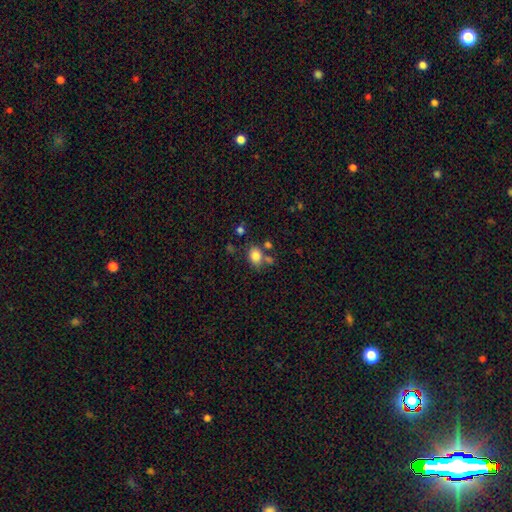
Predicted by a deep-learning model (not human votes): smooth-or-featured: smooth: 81% | star or artifact: 11% | featured or disk: 8%
  how-rounded: in between: 58% | round: 41% | cigar-shaped: 1%
  merging: none: 60% | merger: 18% | minor disturbance: 15% | major disturbance: 6%